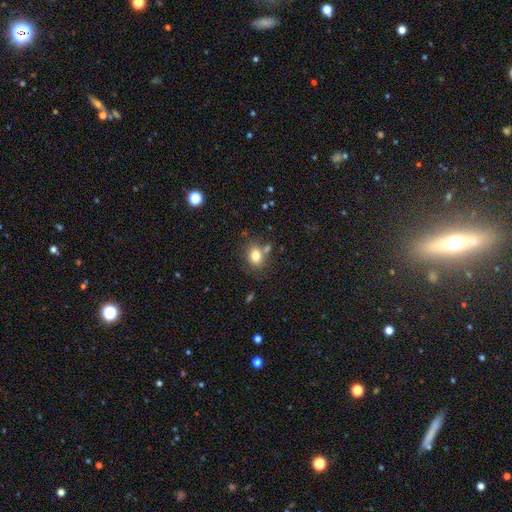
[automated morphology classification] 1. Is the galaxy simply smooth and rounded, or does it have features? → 79% smooth, 11% star or artifact, 10% featured or disk.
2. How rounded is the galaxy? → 54% in between, 45% round, 1% cigar-shaped.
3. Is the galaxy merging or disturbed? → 66% none, 15% minor disturbance, 14% merger, 5% major disturbance.